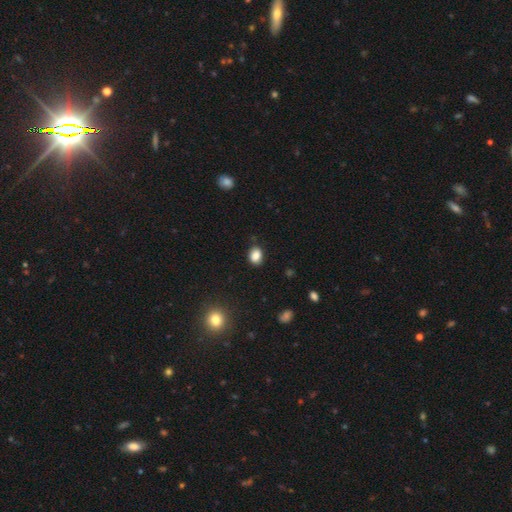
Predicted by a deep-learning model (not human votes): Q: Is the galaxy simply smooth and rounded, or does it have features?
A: smooth — 85%.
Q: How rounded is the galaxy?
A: in between — 61%.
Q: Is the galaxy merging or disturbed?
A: none — 82%.